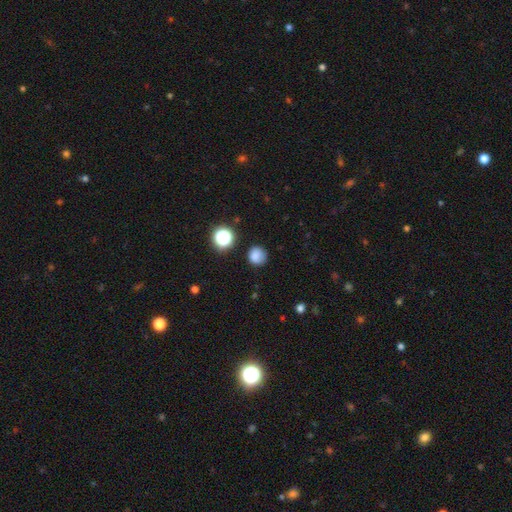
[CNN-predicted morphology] Q: Smooth or featured?
A: smooth (80%); runner-up: star or artifact (14%)
Q: How rounded?
A: round (89%); runner-up: in between (10%)
Q: Merging?
A: none (80%); runner-up: minor disturbance (13%)